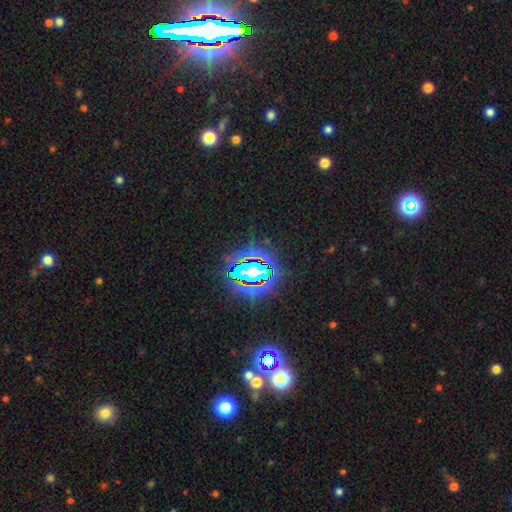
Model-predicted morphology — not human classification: This appears to be a star or artifact, not a galaxy (83%).